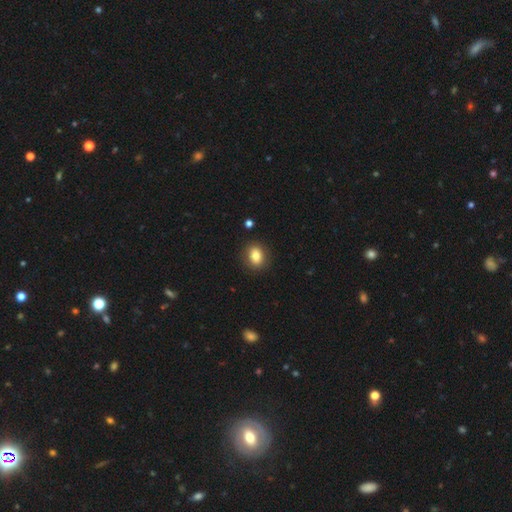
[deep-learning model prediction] A smooth galaxy with no disk features (83%) that is in between round and cigar-shaped (59%). Merging: none (88%).